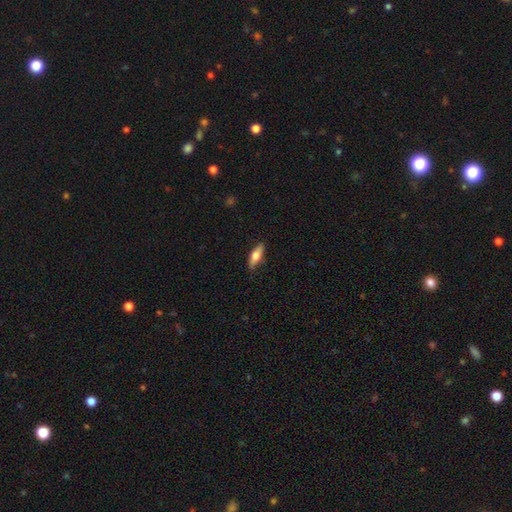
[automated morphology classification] Smooth or featured? Predicted: smooth (p=0.58). How rounded? Predicted: in between (p=0.53). Merging? Predicted: none (p=0.86).